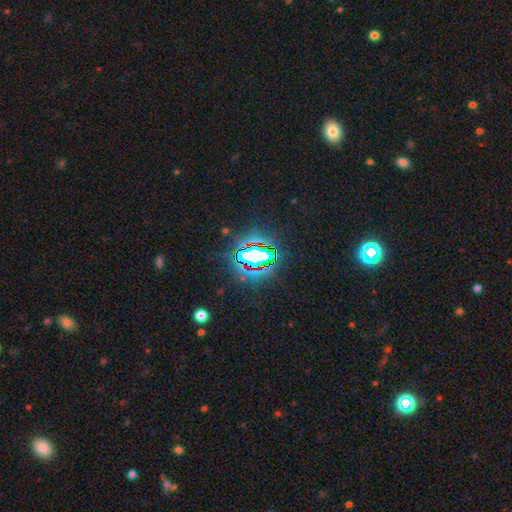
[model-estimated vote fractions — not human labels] This is likely a star or artifact rather than a galaxy (73%).